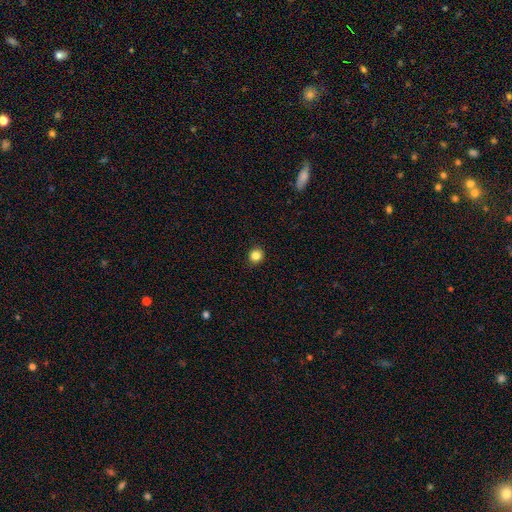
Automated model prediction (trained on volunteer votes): This is clearly a smooth galaxy (84%). How rounded: clearly round (88%). Merging: clearly none (92%).